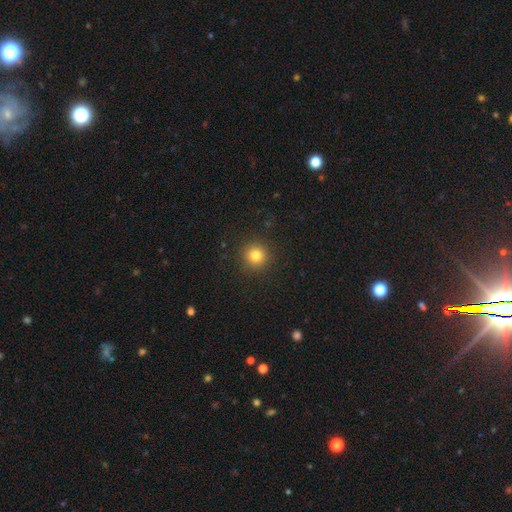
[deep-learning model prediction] Smooth or featured?
  - smooth: 81% *
  - star or artifact: 13%
  - featured or disk: 6%
How rounded?
  - round: 95% *
  - in between: 4%
  - cigar-shaped: 1%
Merging?
  - none: 91% *
  - minor disturbance: 6%
  - major disturbance: 2%
  - merger: 1%